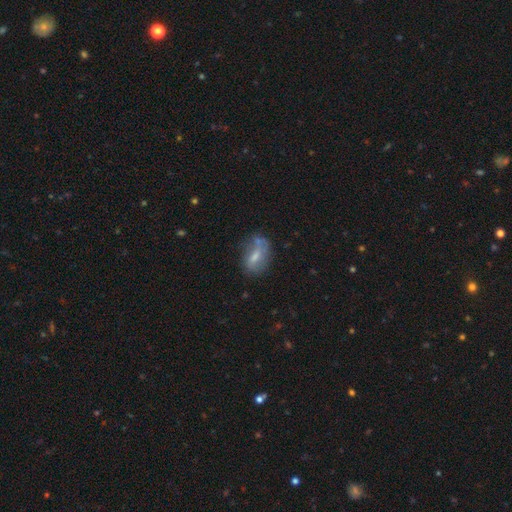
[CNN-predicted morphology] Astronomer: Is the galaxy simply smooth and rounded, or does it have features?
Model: smooth — 51% (runner-up: featured or disk, 39%).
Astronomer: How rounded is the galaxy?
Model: in between — 81%.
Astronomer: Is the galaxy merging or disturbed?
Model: none — 47% (runner-up: minor disturbance, 28%).